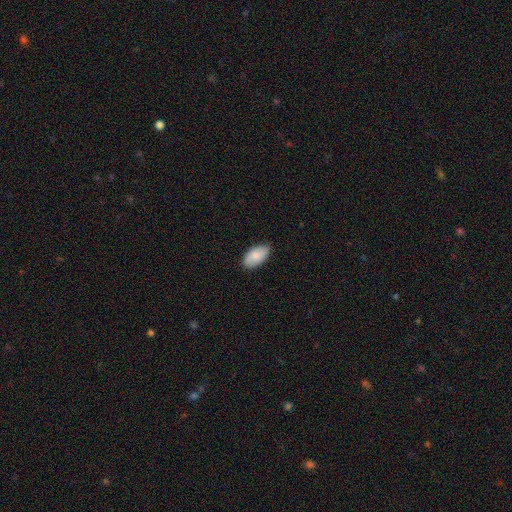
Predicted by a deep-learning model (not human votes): Overall: smooth (82%). How rounded: in between (95%). Merging: none (83%).